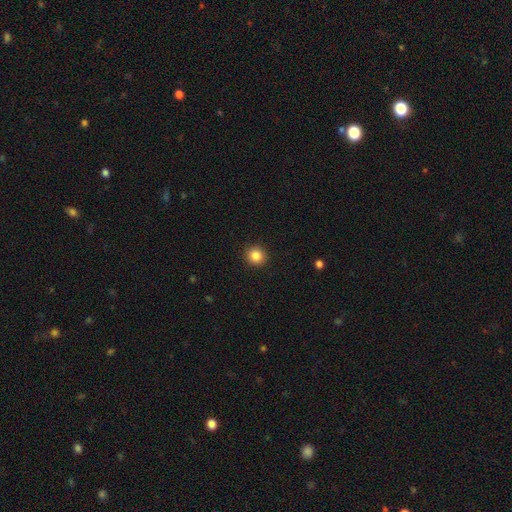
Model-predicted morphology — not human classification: smooth_or_featured: smooth (p=0.86) [alt: star or artifact p=0.10]
how_rounded: round (p=0.91) [alt: in between p=0.08]
merging: none (p=0.92) [alt: minor disturbance p=0.05]